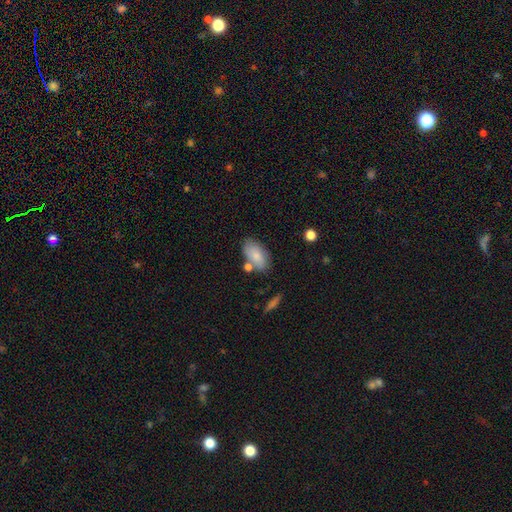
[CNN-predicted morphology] smooth-or-featured: smooth: 78% | featured or disk: 15% | star or artifact: 7%
  how-rounded: in between: 92% | round: 5% | cigar-shaped: 3%
  merging: none: 64% | minor disturbance: 18% | merger: 14% | major disturbance: 4%